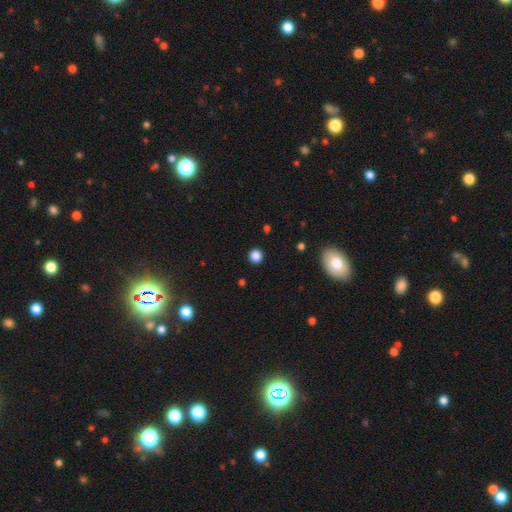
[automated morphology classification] Q: Smooth or featured?
A: smooth (85%); runner-up: star or artifact (12%)
Q: How rounded?
A: round (93%); runner-up: in between (6%)
Q: Merging?
A: none (92%); runner-up: minor disturbance (5%)